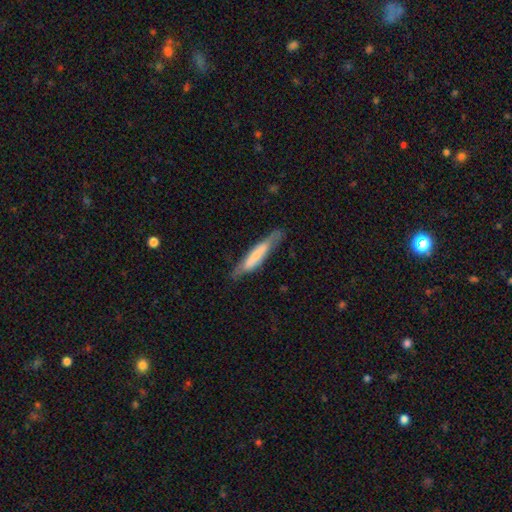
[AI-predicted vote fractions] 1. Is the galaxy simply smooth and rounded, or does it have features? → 51% smooth, 43% featured or disk, 6% star or artifact.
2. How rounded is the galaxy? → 87% cigar-shaped, 12% in between, 1% round.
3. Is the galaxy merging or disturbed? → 71% none, 21% minor disturbance, 6% major disturbance, 2% merger.